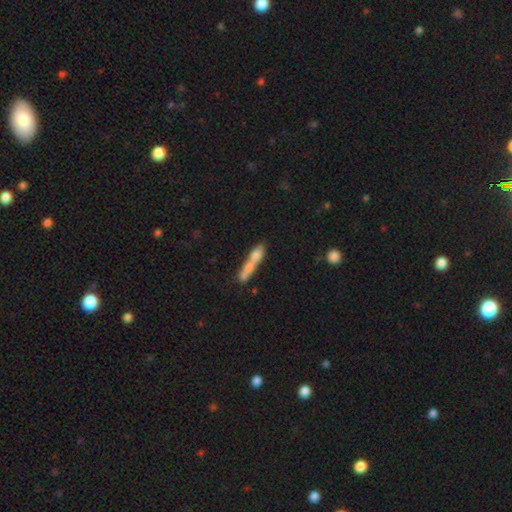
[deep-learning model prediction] A smooth galaxy with no disk features (63%) that is cigar-shaped (75%). Merging: merger (50%).